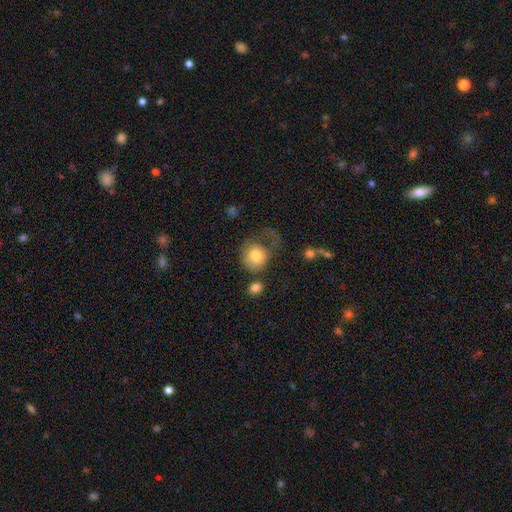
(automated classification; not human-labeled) The model was most divided on "merging": major disturbance: 39%, none: 30%, minor disturbance: 22%, merger: 9%. More confident: smooth or featured — smooth (76%); how rounded — round (73%).